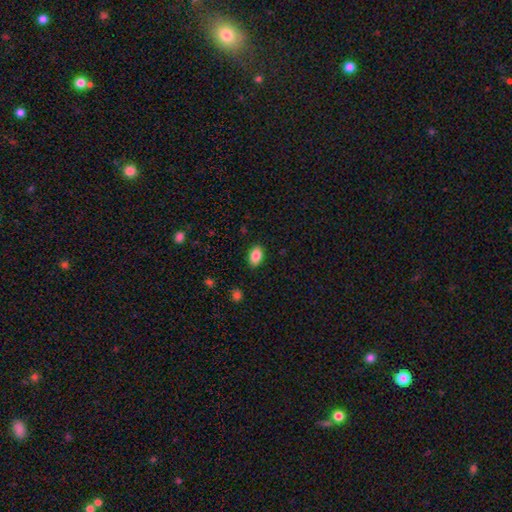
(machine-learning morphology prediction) Smooth or featured? smooth (86%)
How rounded? in between (90%)
Merging? none (89%)